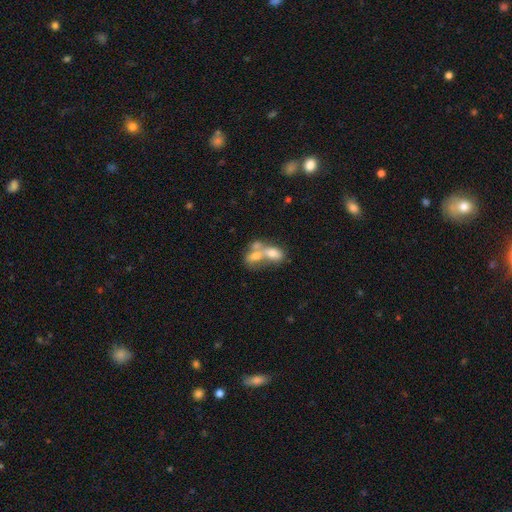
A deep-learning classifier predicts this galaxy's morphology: A smooth galaxy with no disk features (59%) that is in between round and cigar-shaped (78%). Merging: merger (74%).